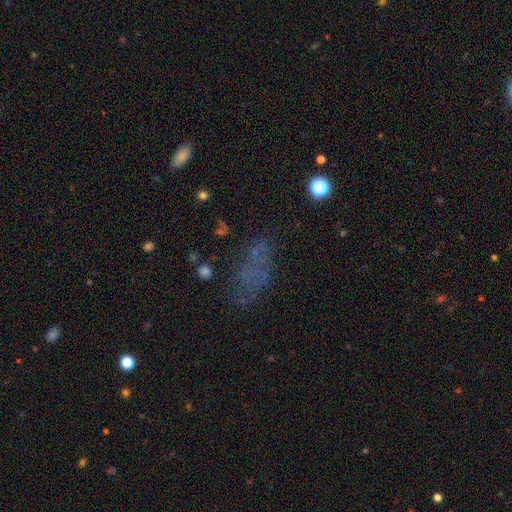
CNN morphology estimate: smooth-or-featured: smooth: 42% | featured or disk: 29% | star or artifact: 28%
  merging: none: 50% | major disturbance: 24% | minor disturbance: 21% | merger: 5%